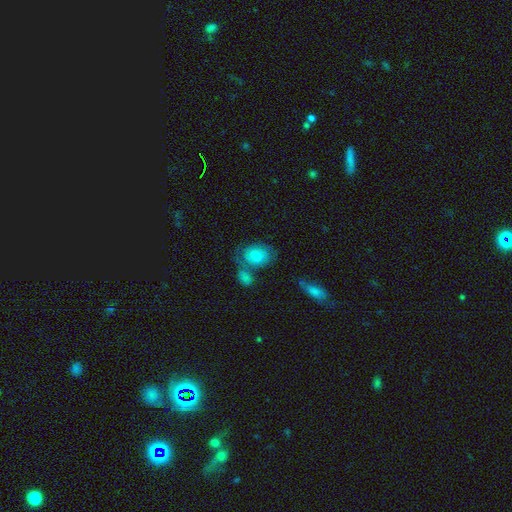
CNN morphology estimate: Smooth or featured: smooth — 63% (featured or disk — 30%)
How rounded: in between — 66% (round — 33%)
Merging: none — 42% (merger — 30%)